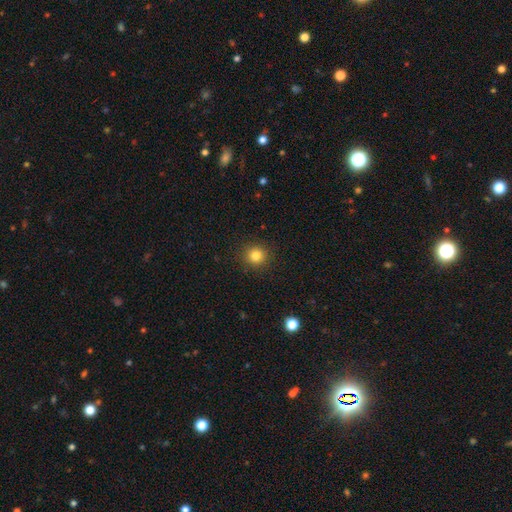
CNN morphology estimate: Smooth or featured?
  - smooth: 82% *
  - star or artifact: 12%
  - featured or disk: 6%
How rounded?
  - round: 93% *
  - in between: 6%
  - cigar-shaped: 1%
Merging?
  - none: 91% *
  - minor disturbance: 6%
  - major disturbance: 2%
  - merger: 1%